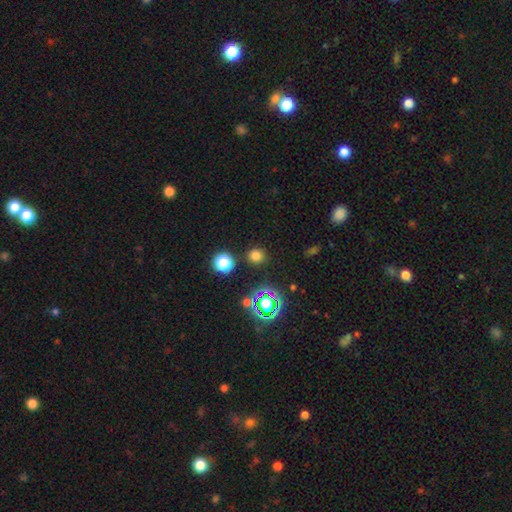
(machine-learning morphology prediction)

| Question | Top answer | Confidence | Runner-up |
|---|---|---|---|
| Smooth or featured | smooth | 71% | star or artifact (23%) |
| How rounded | round | 90% | in between (9%) |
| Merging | none | 87% | minor disturbance (7%) |